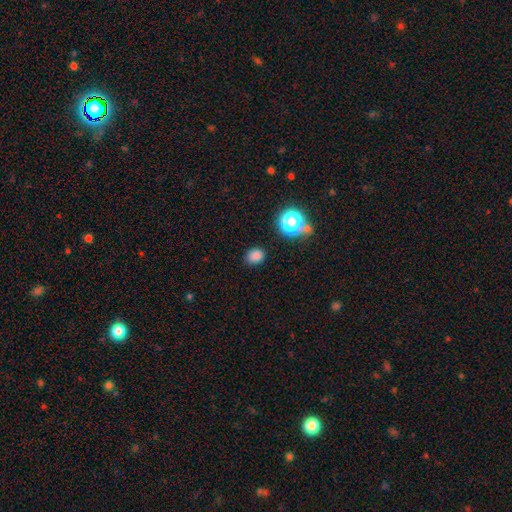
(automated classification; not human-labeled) This is likely a smooth galaxy (79%). How rounded: possibly round (60%). Merging: clearly none (83%).